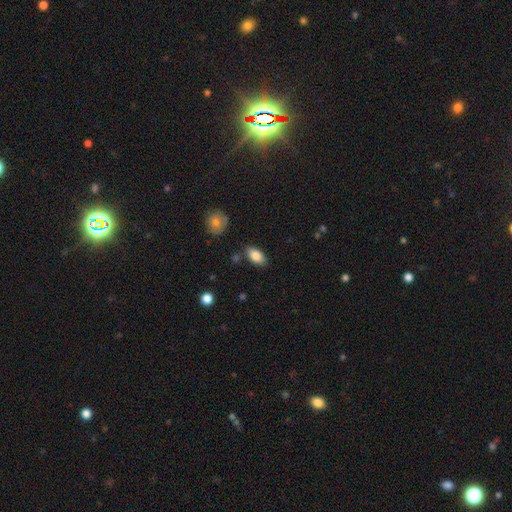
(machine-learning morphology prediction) Overall: smooth (82%). How rounded: in between (91%). Merging: none (82%).